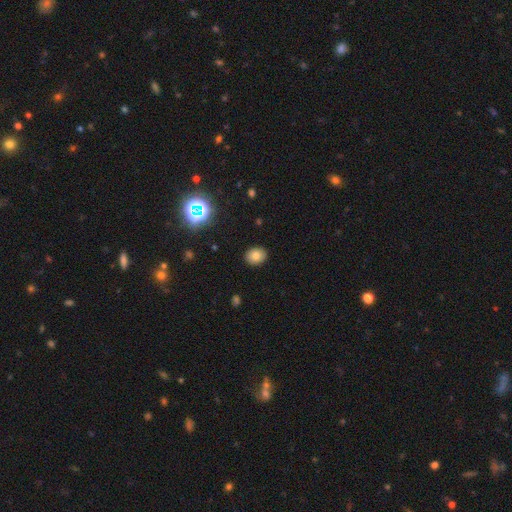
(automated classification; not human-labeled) Overall: smooth (79%). How rounded: in between (51%; round 48%). Merging: none (90%).